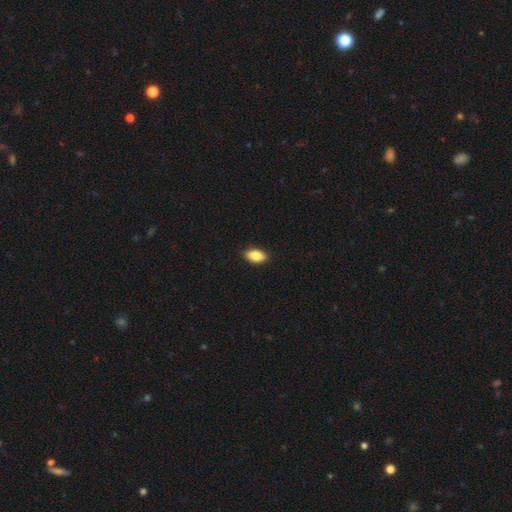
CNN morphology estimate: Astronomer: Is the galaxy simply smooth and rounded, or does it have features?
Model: smooth — 86%.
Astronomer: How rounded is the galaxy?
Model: in between — 91%.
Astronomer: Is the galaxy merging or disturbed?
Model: none — 89%.